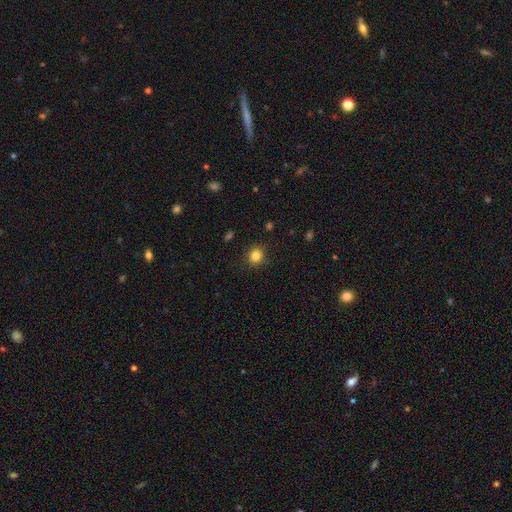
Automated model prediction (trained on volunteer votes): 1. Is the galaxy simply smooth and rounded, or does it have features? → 83% smooth, 12% star or artifact, 5% featured or disk.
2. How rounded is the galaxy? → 81% round, 18% in between, 1% cigar-shaped.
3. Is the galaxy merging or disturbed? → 88% none, 8% minor disturbance, 2% major disturbance, 1% merger.